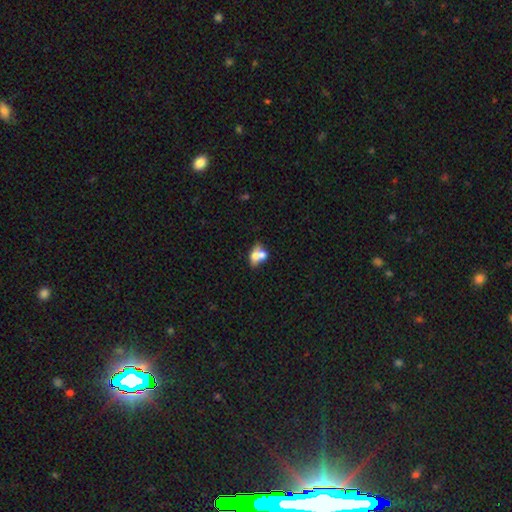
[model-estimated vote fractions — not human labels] Overall: smooth (62%; featured or disk 28%). How rounded: in between (67%; round 29%). Merging: merger (61%; none 24%).